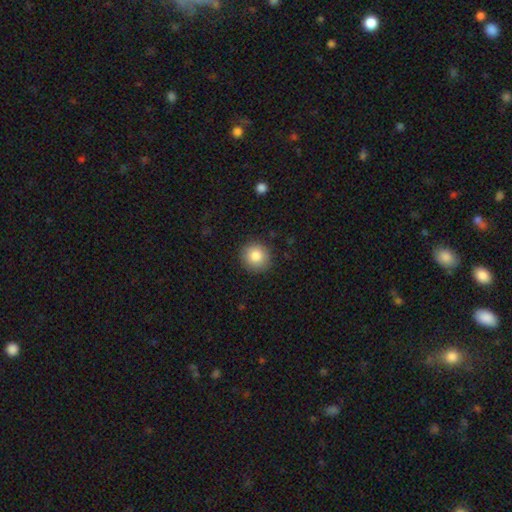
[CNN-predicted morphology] type=smooth (84%); roundness=round (91%); merging=none (90%).